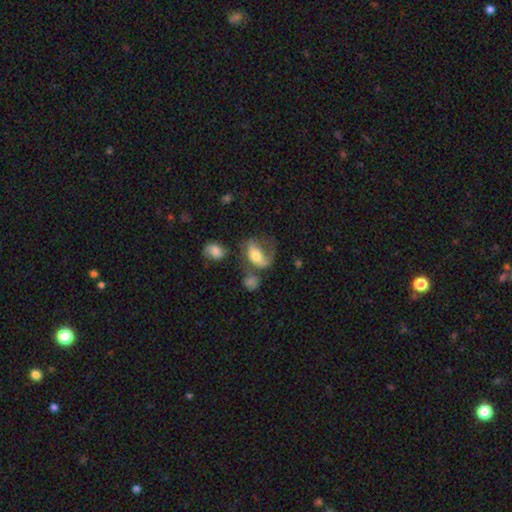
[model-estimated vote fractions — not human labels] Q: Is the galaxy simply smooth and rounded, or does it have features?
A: featured or disk — 54%.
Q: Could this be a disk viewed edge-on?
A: no — 92%.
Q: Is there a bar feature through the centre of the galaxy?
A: no — 38%.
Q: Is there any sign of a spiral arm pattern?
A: yes — 72%.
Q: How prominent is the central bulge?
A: moderate — 64%.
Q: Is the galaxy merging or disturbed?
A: major disturbance — 34%, tied with none.